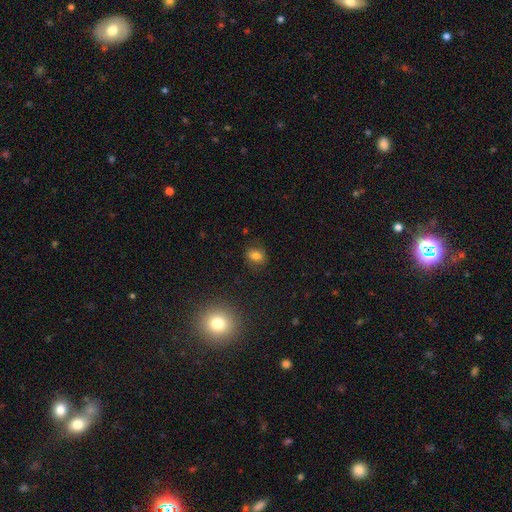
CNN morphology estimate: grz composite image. It shows a smooth galaxy with no disk features (75%) that is in between round and cigar-shaped (66%). Merging: none (83%).